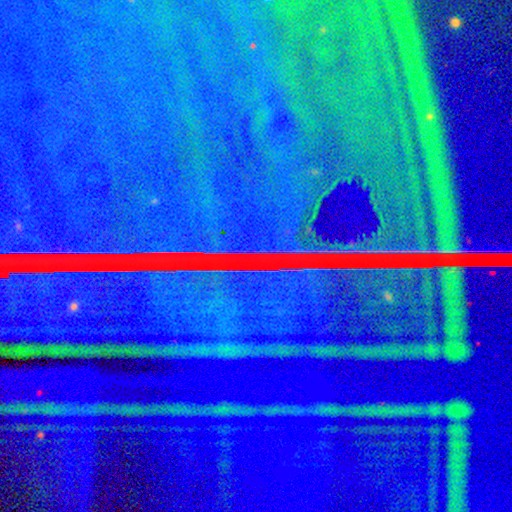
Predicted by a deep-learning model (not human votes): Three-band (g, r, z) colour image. It shows a star or artifact, not a galaxy (87%).